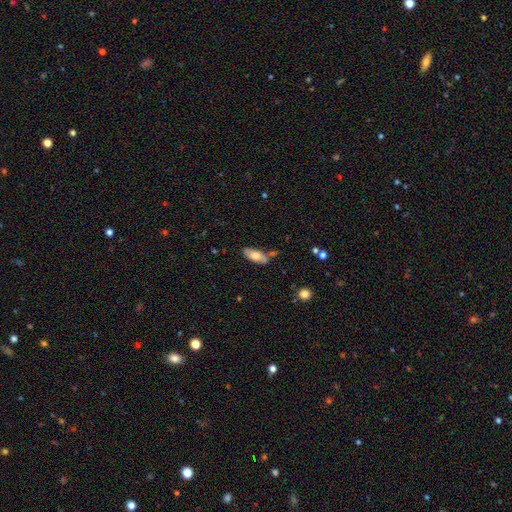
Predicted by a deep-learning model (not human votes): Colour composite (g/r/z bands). It shows a smooth galaxy with no disk features (69%) that is in between round and cigar-shaped (82%). Merging: none (60%).